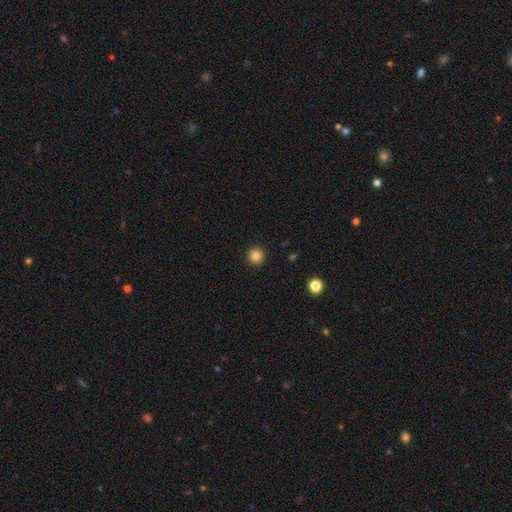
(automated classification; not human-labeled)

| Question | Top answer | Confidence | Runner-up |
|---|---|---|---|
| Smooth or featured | smooth | 84% | star or artifact (11%) |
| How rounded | round | 94% | in between (5%) |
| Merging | none | 93% | minor disturbance (5%) |